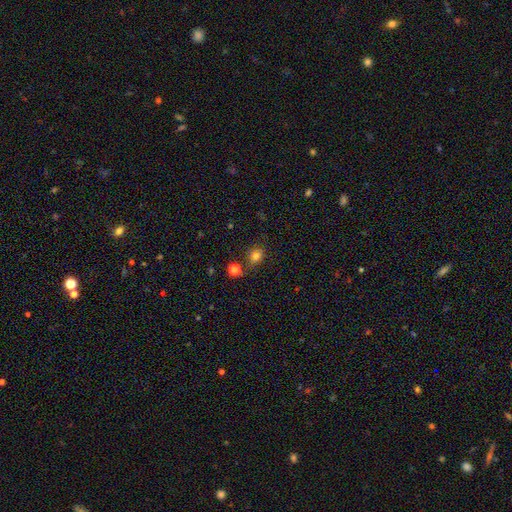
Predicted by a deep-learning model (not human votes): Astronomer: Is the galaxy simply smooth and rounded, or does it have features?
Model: smooth — 78%.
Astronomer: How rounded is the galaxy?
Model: round — 62% (runner-up: in between, 37%).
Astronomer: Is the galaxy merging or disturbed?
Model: none — 75%.